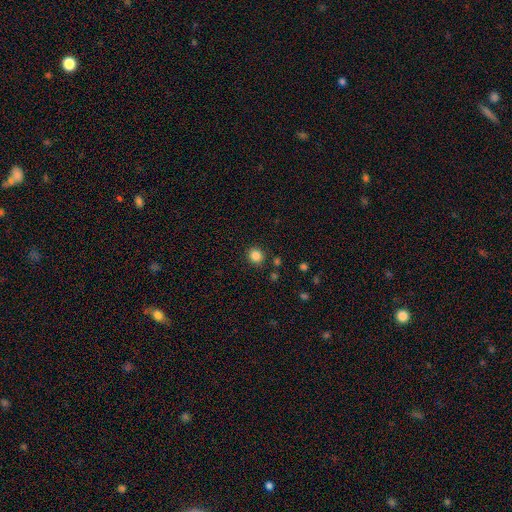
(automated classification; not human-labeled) This appears to be a smooth galaxy with no disk features (85%) that is round (84%). Merging: none (87%).